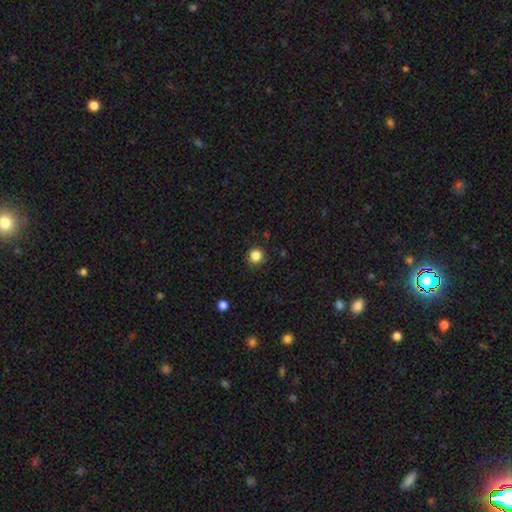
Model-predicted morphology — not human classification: The model was most divided on "smooth or featured": smooth: 85%, star or artifact: 11%, featured or disk: 4%. More confident: how rounded — round (93%); merging — none (90%).